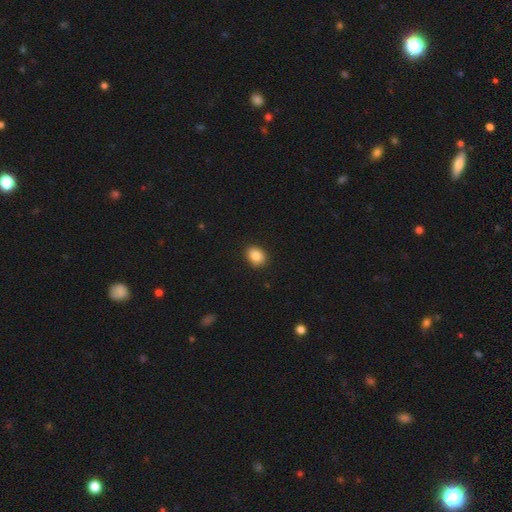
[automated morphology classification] Smooth or featured? smooth (87%)
How rounded? in between (53%)
Merging? none (90%)